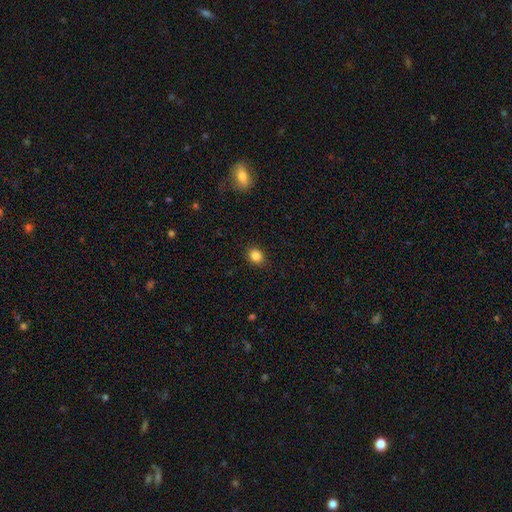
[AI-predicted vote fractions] smooth_or_featured: smooth (p=0.85) [alt: star or artifact p=0.11]
how_rounded: round (p=0.61) [alt: in between p=0.38]
merging: none (p=0.88) [alt: minor disturbance p=0.08]